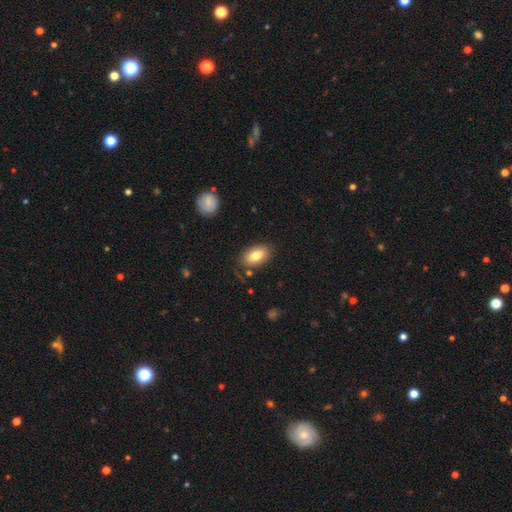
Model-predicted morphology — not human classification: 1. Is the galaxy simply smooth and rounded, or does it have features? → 80% smooth, 13% featured or disk, 7% star or artifact.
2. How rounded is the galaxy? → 92% in between, 6% round, 3% cigar-shaped.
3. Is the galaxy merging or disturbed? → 81% none, 13% minor disturbance, 3% major disturbance, 3% merger.